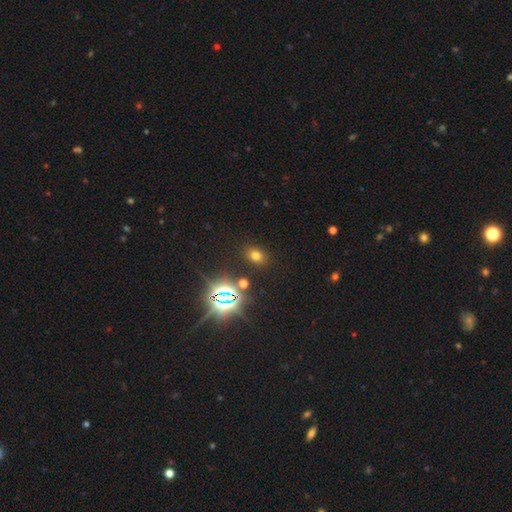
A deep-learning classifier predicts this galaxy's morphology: smooth 62%, star or artifact 30%, featured or disk 8%. Down the decision tree: how rounded — in between (61%); merging — none (87%).